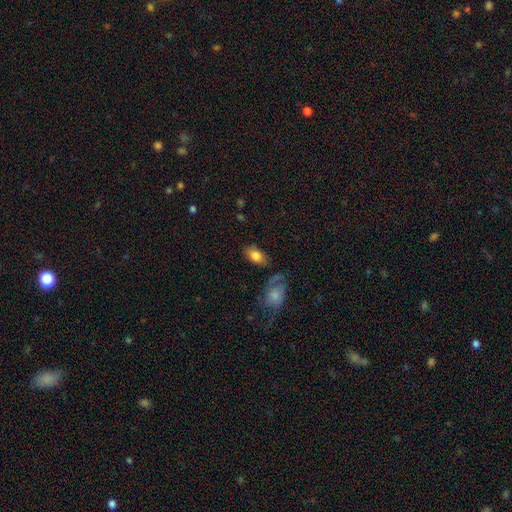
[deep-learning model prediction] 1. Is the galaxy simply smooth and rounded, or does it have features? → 81% smooth, 12% featured or disk, 8% star or artifact.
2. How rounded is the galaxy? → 91% in between, 6% round, 3% cigar-shaped.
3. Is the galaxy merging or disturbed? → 73% none, 17% minor disturbance, 6% merger, 5% major disturbance.